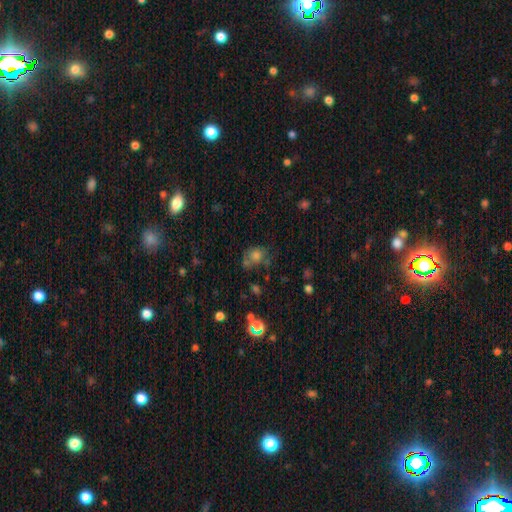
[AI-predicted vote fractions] smooth 64%, star or artifact 24%, featured or disk 13%. Down the decision tree: how rounded — round (60%); merging — none (54%).